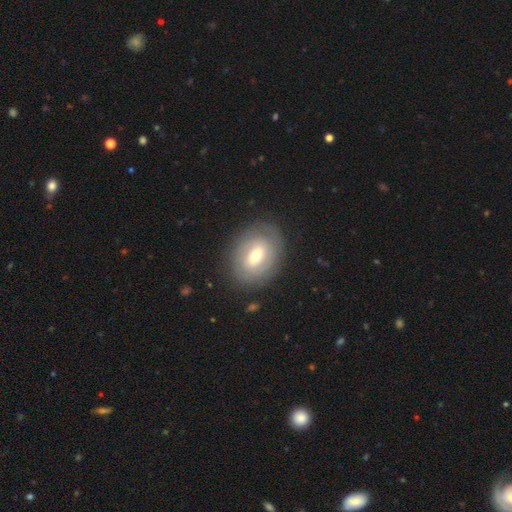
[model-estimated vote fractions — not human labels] Smooth or featured? Predicted: featured or disk (p=0.55). Edge-on disk? Predicted: no (p=0.94). Bar? Predicted: weak (p=0.42). Spiral arms? Predicted: no (p=0.55). Bulge size? Predicted: moderate (p=0.59). Merging? Predicted: none (p=0.83).